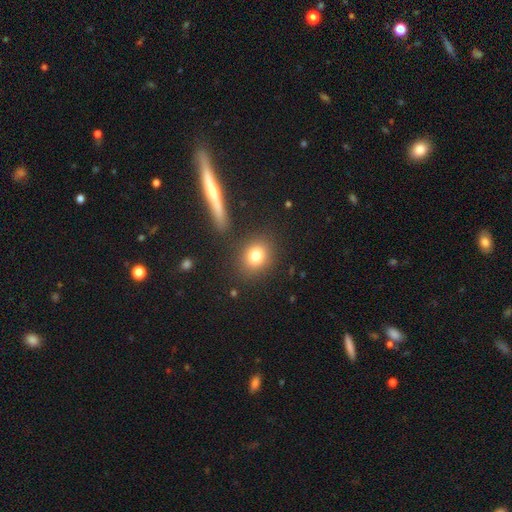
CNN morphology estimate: Smooth or featured: smooth — 80% (star or artifact — 11%)
How rounded: round — 68% (in between — 31%)
Merging: none — 85% (minor disturbance — 8%)